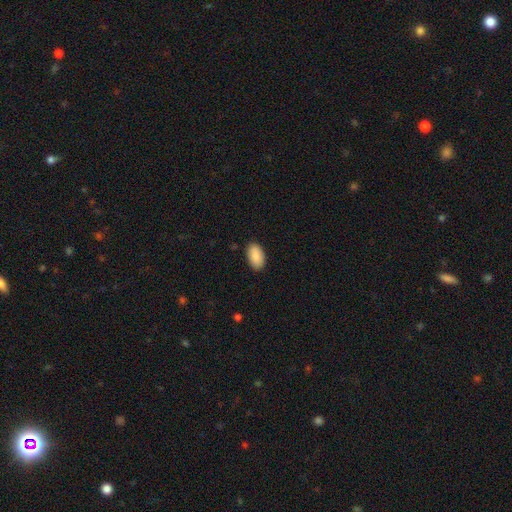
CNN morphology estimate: smooth 90%, star or artifact 6%, featured or disk 4%. Down the decision tree: how rounded — in between (95%); merging — none (88%).